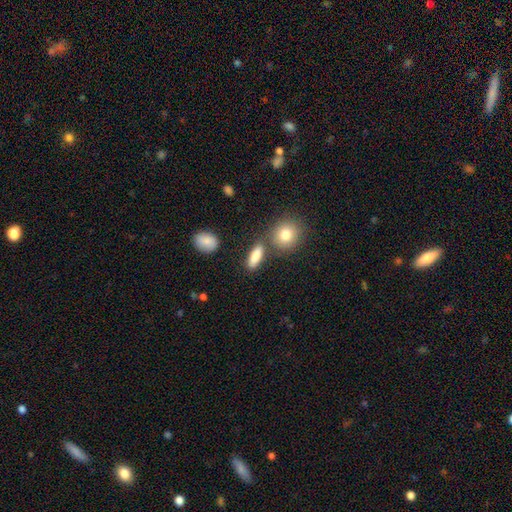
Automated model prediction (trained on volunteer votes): A smooth galaxy with no disk features (82%) that is in between round and cigar-shaped (56%). Merging: none (74%).